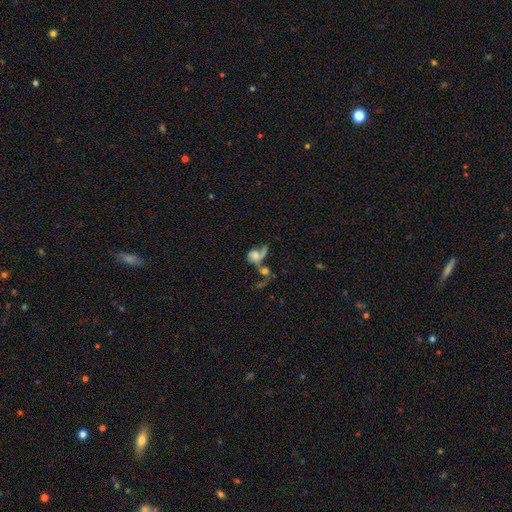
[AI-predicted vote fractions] Smooth or featured? Predicted: featured or disk (p=0.52). Edge-on disk? Predicted: no (p=0.96). Bar? Predicted: no (p=0.72). Spiral arms? Predicted: yes (p=0.72). Bulge size? Predicted: moderate (p=0.33). Merging? Predicted: merger (p=0.54).